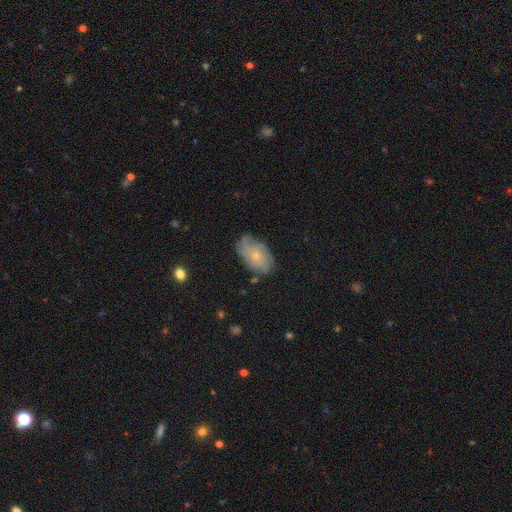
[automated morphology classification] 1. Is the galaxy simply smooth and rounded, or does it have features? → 57% featured or disk, 34% smooth, 8% star or artifact.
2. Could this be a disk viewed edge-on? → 95% no, 5% yes.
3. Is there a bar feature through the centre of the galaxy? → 86% no, 12% weak, 2% strong.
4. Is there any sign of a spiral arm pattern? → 79% yes, 21% no.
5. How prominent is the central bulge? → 72% small, 25% moderate, 1% none, 1% large, 1% dominant.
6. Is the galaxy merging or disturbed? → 69% none, 23% minor disturbance, 6% major disturbance, 2% merger.